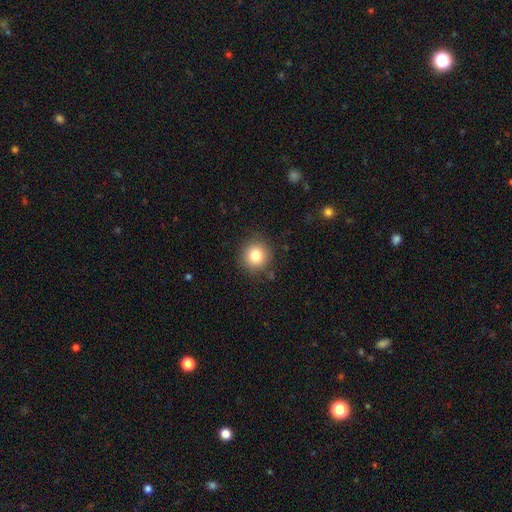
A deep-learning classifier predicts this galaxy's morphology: This appears to be a smooth galaxy with no disk features (82%) that is round (92%). Merging: none (89%).